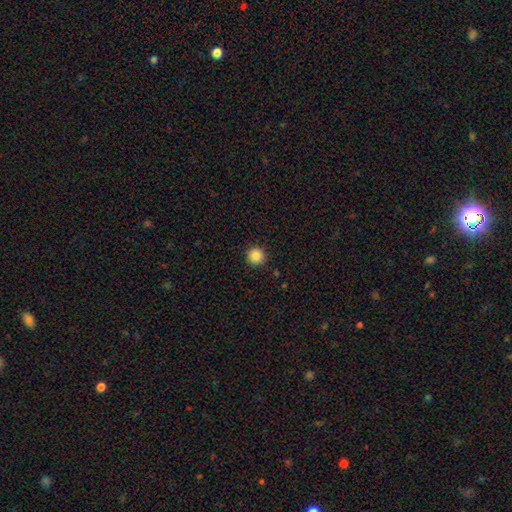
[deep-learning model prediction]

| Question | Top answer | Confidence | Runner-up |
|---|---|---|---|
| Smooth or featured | smooth | 87% | star or artifact (10%) |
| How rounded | round | 95% | in between (4%) |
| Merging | none | 92% | minor disturbance (5%) |